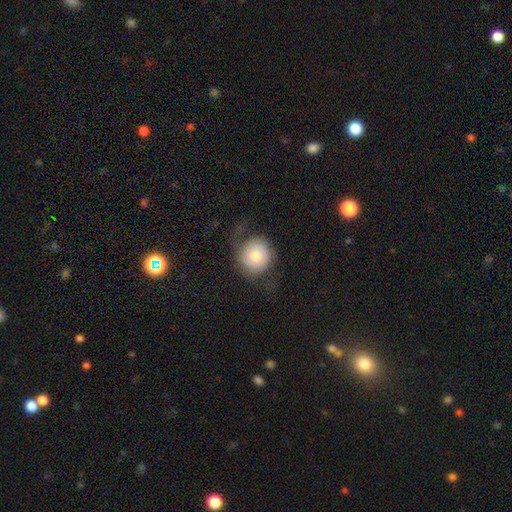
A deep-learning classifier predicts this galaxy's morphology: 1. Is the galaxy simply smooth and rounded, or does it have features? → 66% smooth, 26% featured or disk, 8% star or artifact.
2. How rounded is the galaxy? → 88% round, 11% in between, 1% cigar-shaped.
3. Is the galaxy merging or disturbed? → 55% none, 22% major disturbance, 21% minor disturbance, 1% merger.